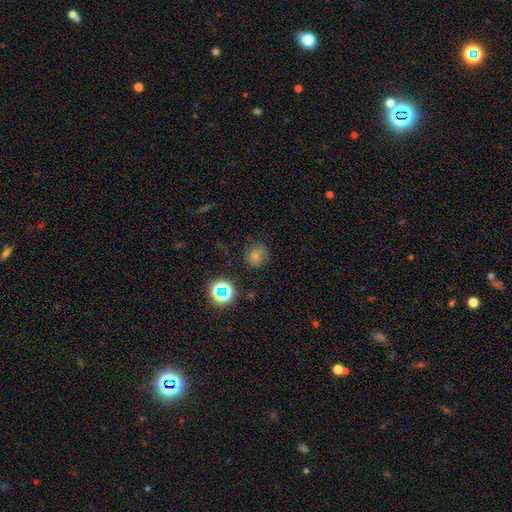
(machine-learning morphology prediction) A smooth galaxy with no disk features (67%) that is round (80%).

Vote fractions:
- Smooth or featured? smooth: 67% / star or artifact: 21% / featured or disk: 13%
- How rounded? round: 80% / in between: 19% / cigar-shaped: 1%
- Merging? none: 70% / minor disturbance: 20% / major disturbance: 7% / merger: 2%